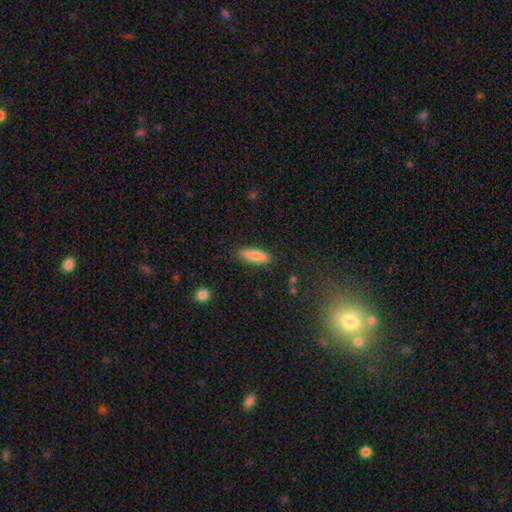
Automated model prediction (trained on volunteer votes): Smooth or featured? smooth (79%)
How rounded? cigar-shaped (57%)
Merging? none (86%)